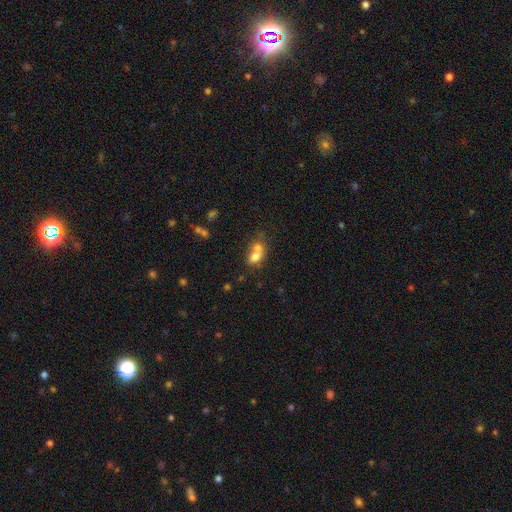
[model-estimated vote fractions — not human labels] This is likely a smooth galaxy (69%). How rounded: possibly in between (57%). Merging: likely merger (64%).